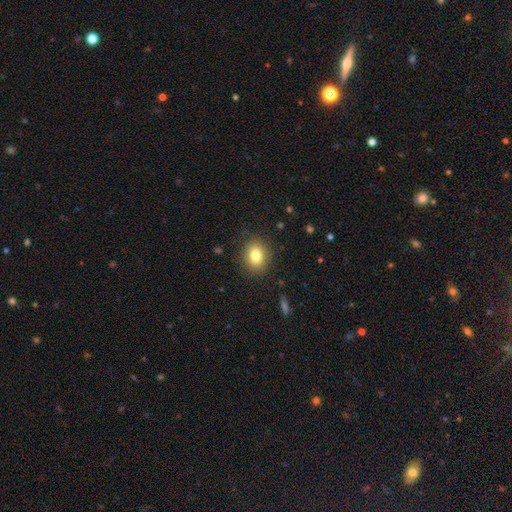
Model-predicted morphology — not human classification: Smooth or featured?
  - smooth: 81% *
  - star or artifact: 10%
  - featured or disk: 9%
How rounded?
  - in between: 50% *
  - round: 49%
  - cigar-shaped: 1%
Merging?
  - none: 87% *
  - minor disturbance: 9%
  - major disturbance: 3%
  - merger: 1%